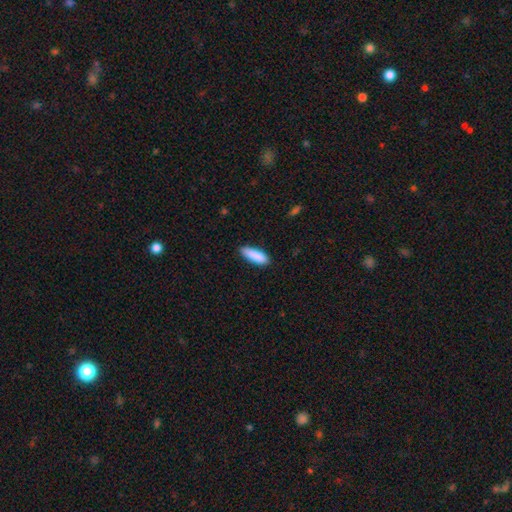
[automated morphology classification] This is clearly a smooth galaxy (89%). How rounded: possibly in between (51%). Merging: clearly none (83%).